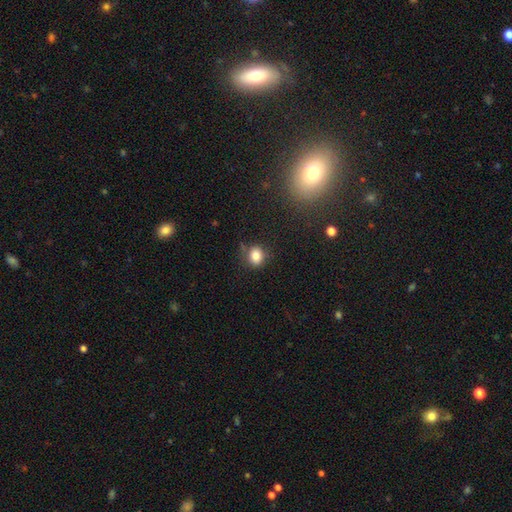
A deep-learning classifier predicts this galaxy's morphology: Smooth or featured: smooth — 82% (star or artifact — 11%)
How rounded: round — 57% (in between — 42%)
Merging: none — 71% (minor disturbance — 20%)